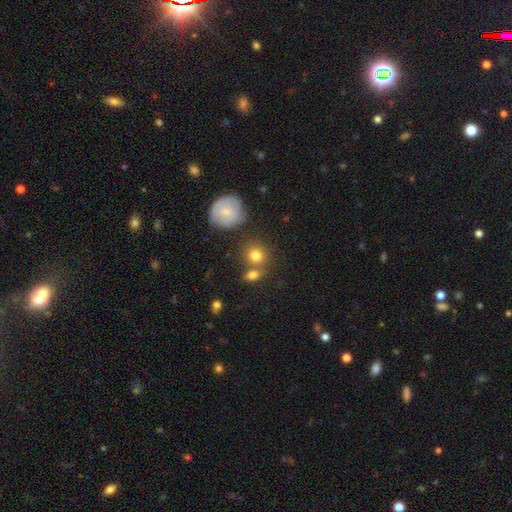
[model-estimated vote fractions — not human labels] Smooth or featured: smooth — 78% (featured or disk — 12%)
How rounded: round — 85% (in between — 14%)
Merging: none — 62% (merger — 23%)